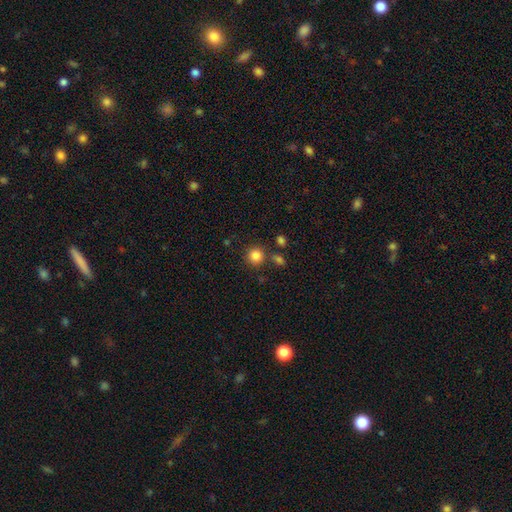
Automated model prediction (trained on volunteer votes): A smooth galaxy with no disk features (85%) that is round (92%). Merging: none (80%).